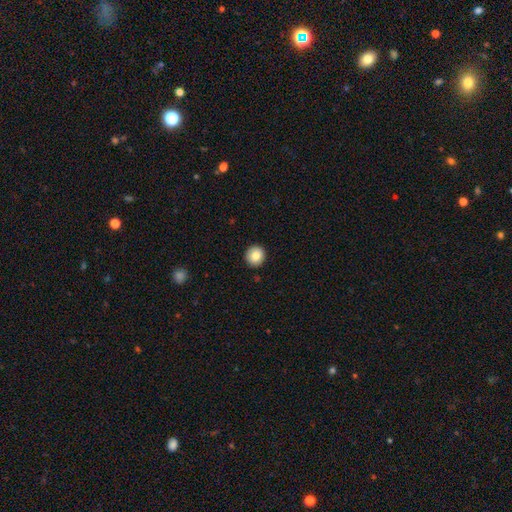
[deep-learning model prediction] A smooth galaxy with no disk features (84%) that is round (94%).

Vote fractions:
- Smooth or featured? smooth: 84% / star or artifact: 8% / featured or disk: 8%
- How rounded? round: 94% / in between: 5% / cigar-shaped: 1%
- Merging? none: 93% / minor disturbance: 5% / major disturbance: 1% / merger: 1%